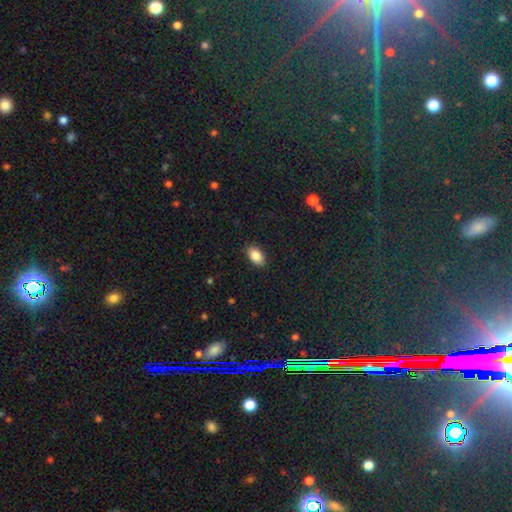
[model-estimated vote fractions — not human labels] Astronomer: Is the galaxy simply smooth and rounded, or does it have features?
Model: smooth — 87%.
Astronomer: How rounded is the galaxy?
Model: in between — 92%.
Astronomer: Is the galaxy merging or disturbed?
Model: none — 87%.